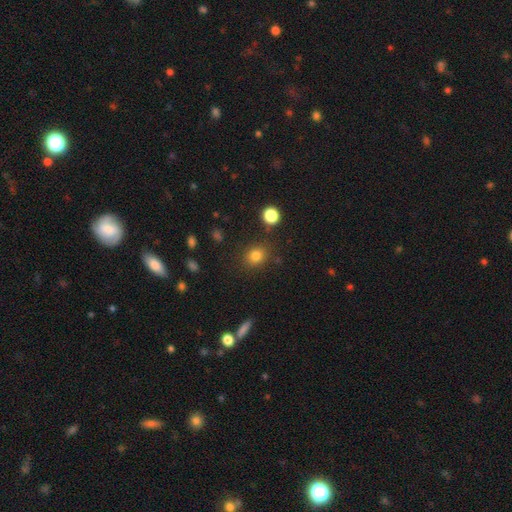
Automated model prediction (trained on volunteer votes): The model was most divided on "how rounded": round: 64%, in between: 34%, cigar-shaped: 1%. More confident: merging — none (83%); smooth or featured — smooth (80%).